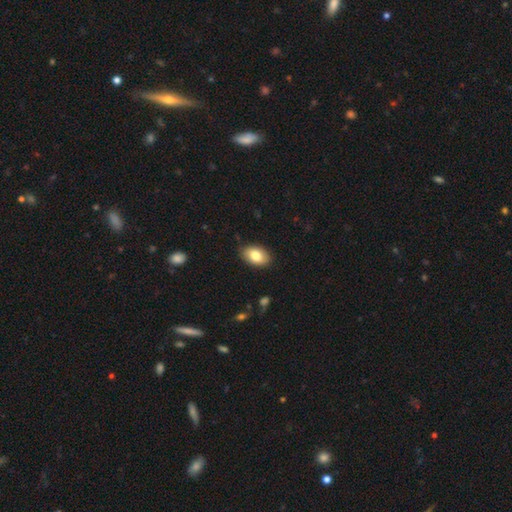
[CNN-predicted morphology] A smooth galaxy with no disk features (81%) that is in between round and cigar-shaped (90%).

Vote fractions:
- Smooth or featured? smooth: 81% / featured or disk: 12% / star or artifact: 7%
- How rounded? in between: 90% / round: 9% / cigar-shaped: 1%
- Merging? none: 88% / minor disturbance: 9% / major disturbance: 2% / merger: 1%